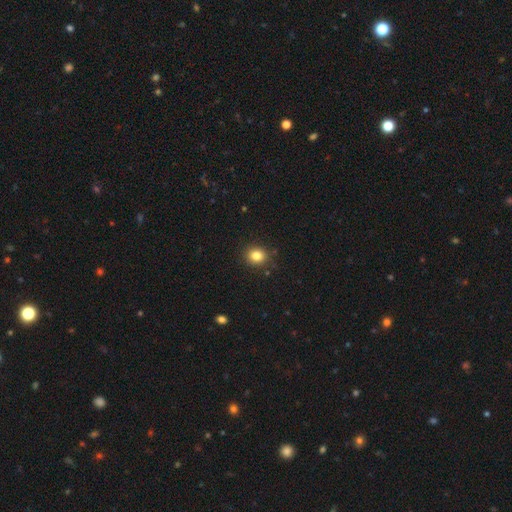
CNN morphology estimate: Q: Smooth or featured?
A: smooth (82%); runner-up: star or artifact (12%)
Q: How rounded?
A: round (80%); runner-up: in between (19%)
Q: Merging?
A: none (89%); runner-up: minor disturbance (8%)